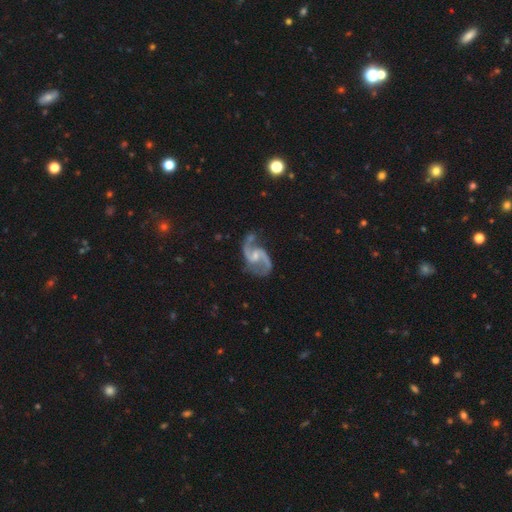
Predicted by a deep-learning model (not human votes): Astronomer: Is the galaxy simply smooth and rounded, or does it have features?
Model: featured or disk — 92%.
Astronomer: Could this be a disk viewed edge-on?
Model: no — 98%.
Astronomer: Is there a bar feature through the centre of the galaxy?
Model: weak — 48% (runner-up: no, 41%).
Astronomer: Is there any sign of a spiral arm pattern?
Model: yes — 98%.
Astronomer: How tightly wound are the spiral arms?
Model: medium — 46%, tied with loose at 46%.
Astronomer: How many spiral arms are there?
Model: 2 — 94%.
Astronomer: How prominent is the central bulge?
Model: small — 57% (runner-up: moderate, 32%).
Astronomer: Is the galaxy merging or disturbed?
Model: none — 67%.